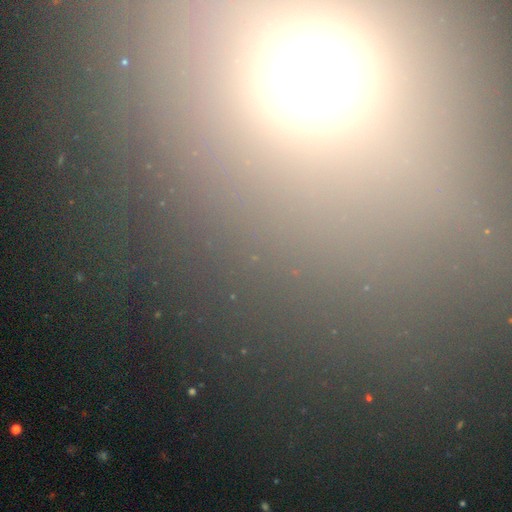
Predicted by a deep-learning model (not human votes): smooth-or-featured: star or artifact: 63% | smooth: 26% | featured or disk: 11%